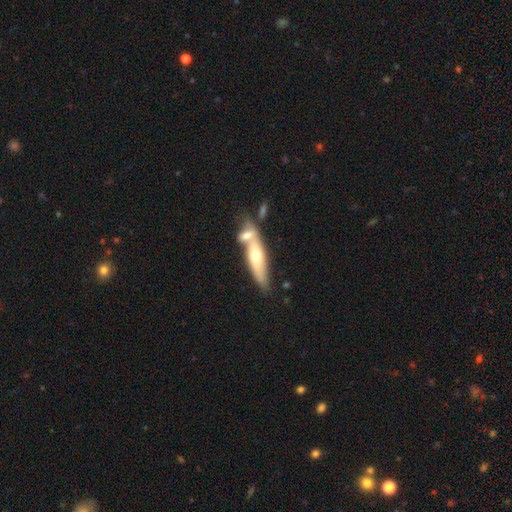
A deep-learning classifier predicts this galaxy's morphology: Smooth or featured? Predicted: smooth (p=0.47, tied with featured or disk). Merging? Predicted: merger (p=0.50).